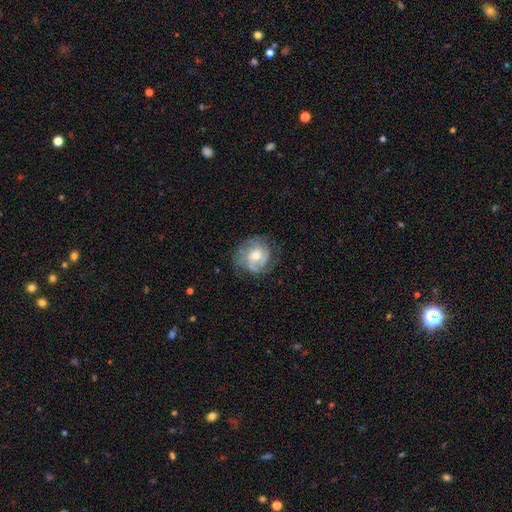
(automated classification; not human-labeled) Morphology: type=featured or disk (76%); edge-on=no (98%); bar=no (68%); spiral arms=yes (89%); winding=tight (53%); arm count=can't tell (33%); bulge=moderate (67%); merging=none (68%).